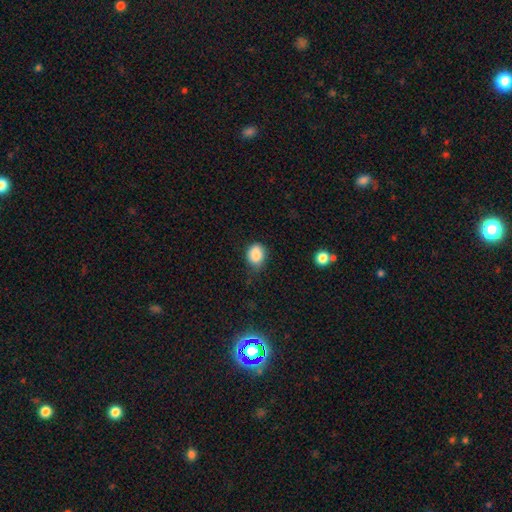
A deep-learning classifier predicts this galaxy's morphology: type=smooth (87%); roundness=round (50%); merging=none (65%).